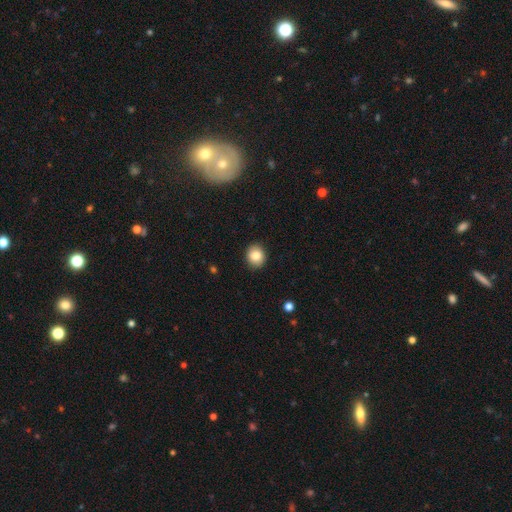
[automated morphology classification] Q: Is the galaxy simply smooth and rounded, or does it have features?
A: smooth — 84%.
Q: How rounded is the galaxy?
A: round — 72%.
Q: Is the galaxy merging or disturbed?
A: none — 90%.